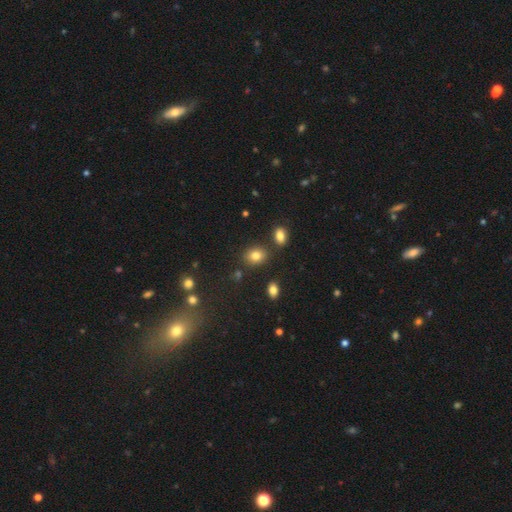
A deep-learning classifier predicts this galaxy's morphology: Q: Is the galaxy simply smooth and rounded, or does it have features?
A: smooth — 82%.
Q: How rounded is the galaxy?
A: in between — 57%.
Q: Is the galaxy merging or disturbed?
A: none — 79%.